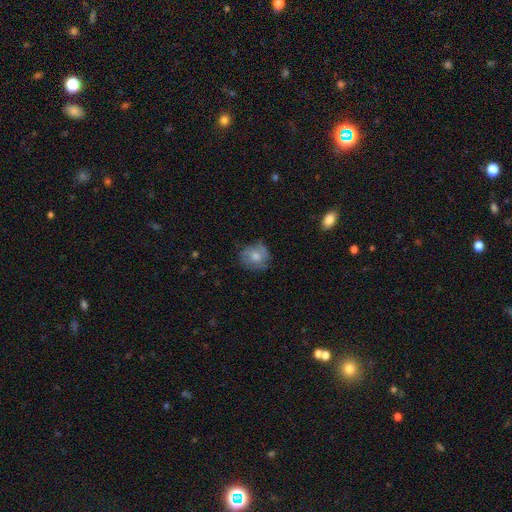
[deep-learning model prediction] Q: Smooth or featured?
A: smooth (57%); runner-up: featured or disk (34%)
Q: How rounded?
A: round (76%); runner-up: in between (23%)
Q: Merging?
A: none (64%); runner-up: minor disturbance (25%)